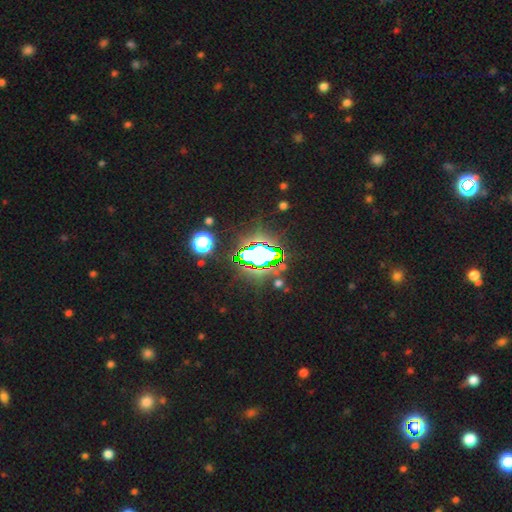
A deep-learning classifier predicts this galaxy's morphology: Smooth or featured? star or artifact (69%)